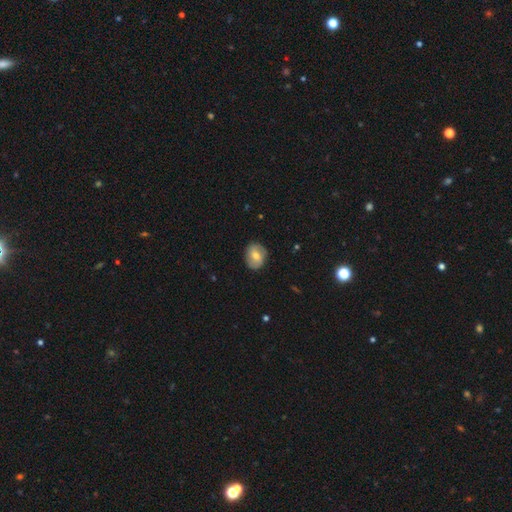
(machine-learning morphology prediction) The model was most divided on "how rounded": round: 53%, in between: 45%, cigar-shaped: 1%. More confident: merging — none (82%); smooth or featured — smooth (56%).